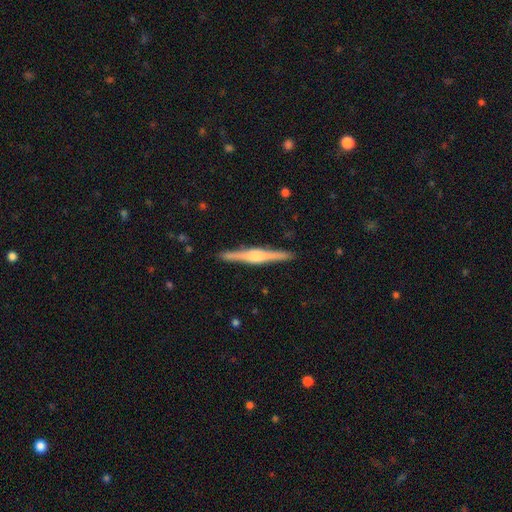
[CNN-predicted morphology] Smooth or featured?
  - featured or disk: 78% *
  - smooth: 17%
  - star or artifact: 5%
Edge-on disk?
  - yes: 98% *
  - no: 2%
Edge-on bulge?
  - rounded: 68% *
  - boxy: 24%
  - none: 8%
Merging?
  - none: 92% *
  - minor disturbance: 6%
  - major disturbance: 1%
  - merger: 1%